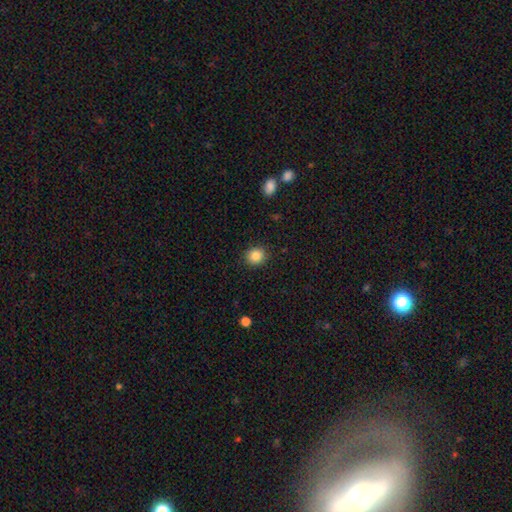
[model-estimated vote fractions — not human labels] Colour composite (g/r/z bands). It shows a smooth galaxy with no disk features (86%) that is round (79%). Merging: none (90%).